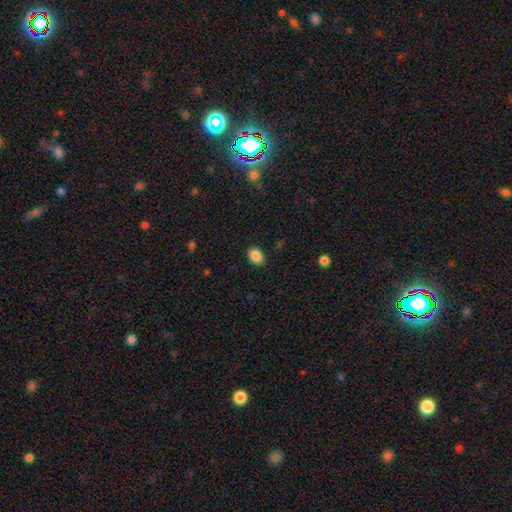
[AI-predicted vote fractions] Smooth or featured? smooth (87%)
How rounded? in between (73%)
Merging? none (88%)